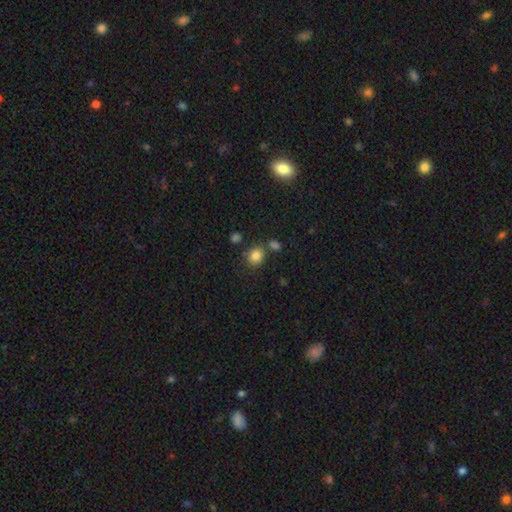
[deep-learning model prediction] Smooth or featured? Predicted: smooth (p=0.83). How rounded? Predicted: round (p=0.68). Merging? Predicted: none (p=0.71).